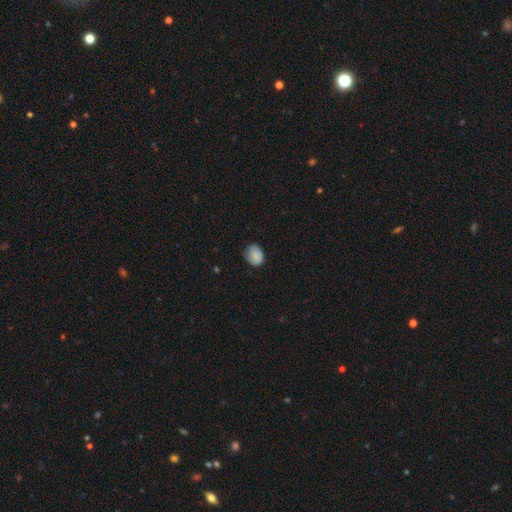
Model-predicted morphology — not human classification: Smooth or featured: smooth — 84% (star or artifact — 8%)
How rounded: round — 50% (in between — 49%)
Merging: none — 71% (minor disturbance — 23%)